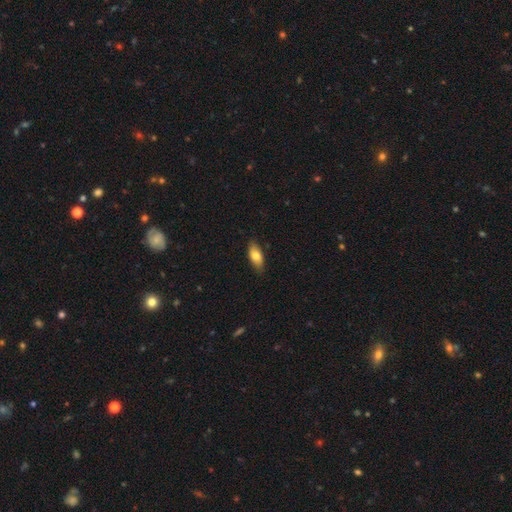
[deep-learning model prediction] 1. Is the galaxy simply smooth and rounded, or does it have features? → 79% smooth, 15% featured or disk, 6% star or artifact.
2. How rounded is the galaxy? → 86% in between, 11% cigar-shaped, 3% round.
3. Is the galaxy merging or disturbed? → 83% none, 13% minor disturbance, 2% major disturbance, 1% merger.